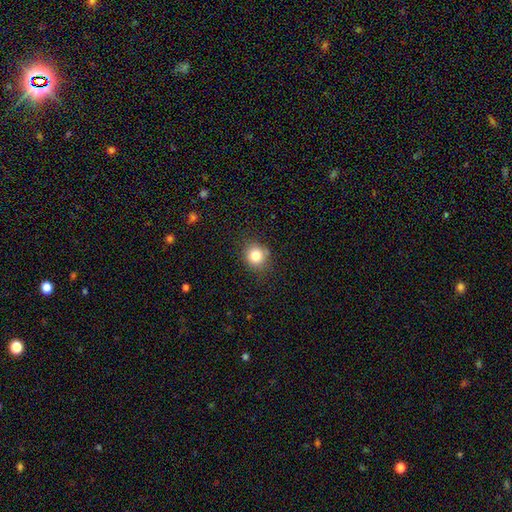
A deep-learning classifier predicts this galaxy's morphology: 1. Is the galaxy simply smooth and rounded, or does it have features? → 82% smooth, 11% star or artifact, 7% featured or disk.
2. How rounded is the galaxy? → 85% round, 14% in between, 1% cigar-shaped.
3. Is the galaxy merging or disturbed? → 83% none, 13% minor disturbance, 3% major disturbance, 1% merger.